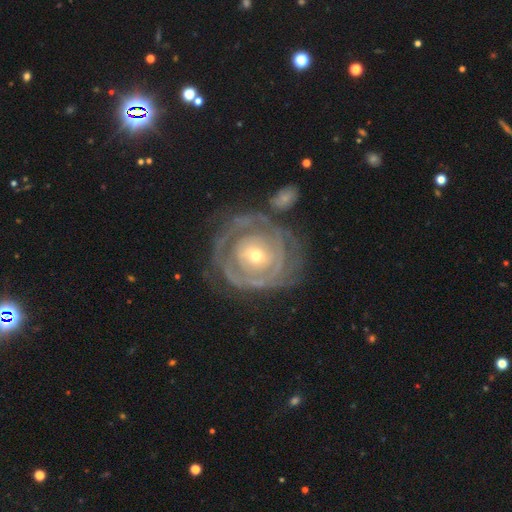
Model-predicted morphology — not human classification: Overall: featured or disk (80%). Edge-on disk: no (96%). Bar: no (72%). Spiral arms: yes (73%). Spiral arm count: can't tell (52%; 2 17%). Spiral winding: tight (80%). Bulge size: small (56%; moderate 39%). Merging: none (60%).